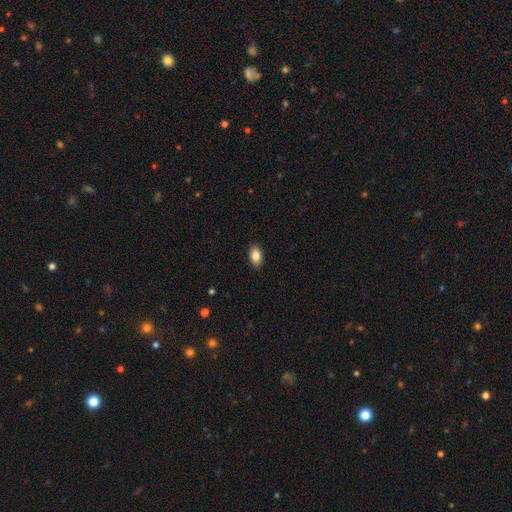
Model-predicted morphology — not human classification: Smooth or featured?
  - smooth: 86% *
  - star or artifact: 8%
  - featured or disk: 7%
How rounded?
  - in between: 91% *
  - round: 7%
  - cigar-shaped: 2%
Merging?
  - none: 90% *
  - minor disturbance: 8%
  - major disturbance: 2%
  - merger: 1%